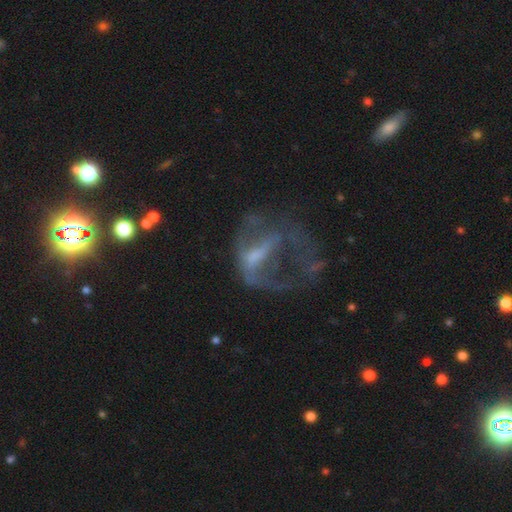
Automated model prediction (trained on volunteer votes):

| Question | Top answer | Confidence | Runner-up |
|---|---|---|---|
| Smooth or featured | featured or disk | 62% | smooth (22%) |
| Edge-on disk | no | 94% | yes (6%) |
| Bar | no | 44% | weak (31%) |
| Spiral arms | no | 71% | yes (29%) |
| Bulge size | none | 41% | small (26%) |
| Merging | major disturbance | 60% | none (22%) |